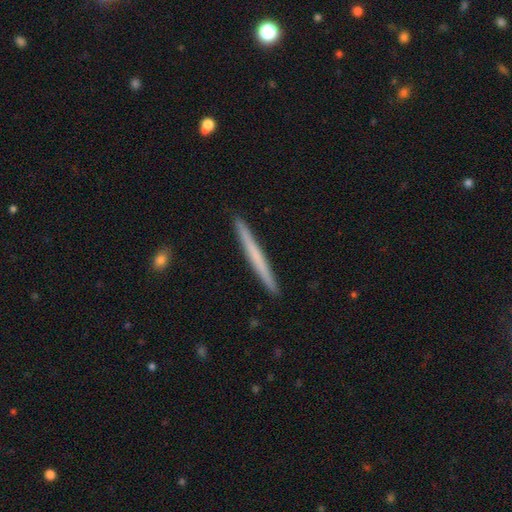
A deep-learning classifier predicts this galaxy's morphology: Q: Smooth or featured?
A: smooth (55%); runner-up: featured or disk (40%)
Q: How rounded?
A: cigar-shaped (97%); runner-up: in between (1%)
Q: Merging?
A: none (93%); runner-up: minor disturbance (5%)